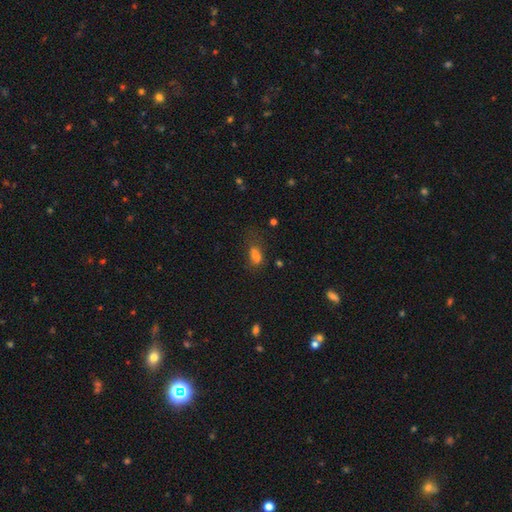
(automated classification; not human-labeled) This appears to be a smooth galaxy with no disk features (73%) that is in between round and cigar-shaped (78%). Merging: none (47%).